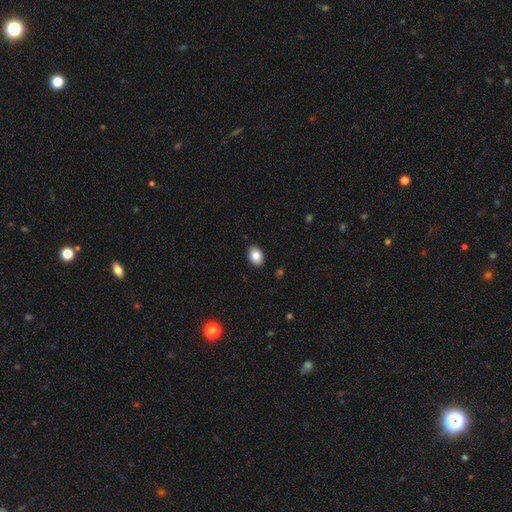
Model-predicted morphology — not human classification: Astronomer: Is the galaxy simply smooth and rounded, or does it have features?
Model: smooth — 86%.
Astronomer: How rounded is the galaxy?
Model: in between — 79%.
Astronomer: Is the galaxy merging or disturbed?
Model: none — 90%.